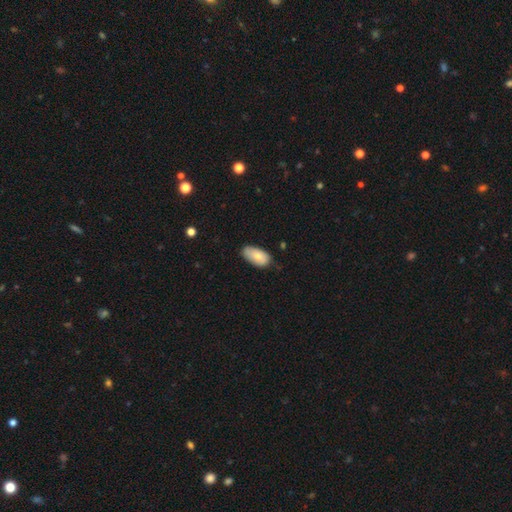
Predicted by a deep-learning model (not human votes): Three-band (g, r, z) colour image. It shows a smooth galaxy with no disk features (77%) that is in between round and cigar-shaped (95%). Merging: none (67%).